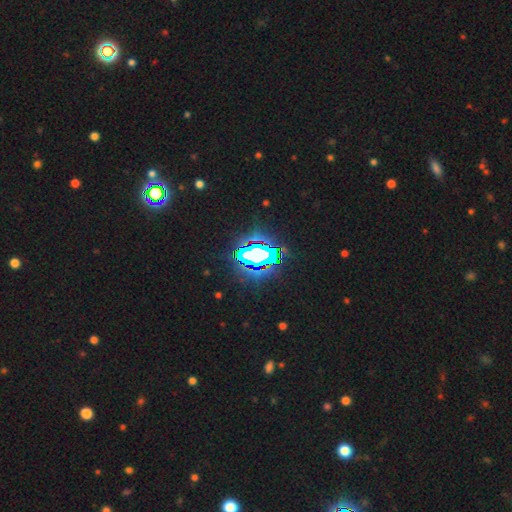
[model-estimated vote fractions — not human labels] smooth-or-featured: star or artifact: 65% | featured or disk: 18% | smooth: 17%